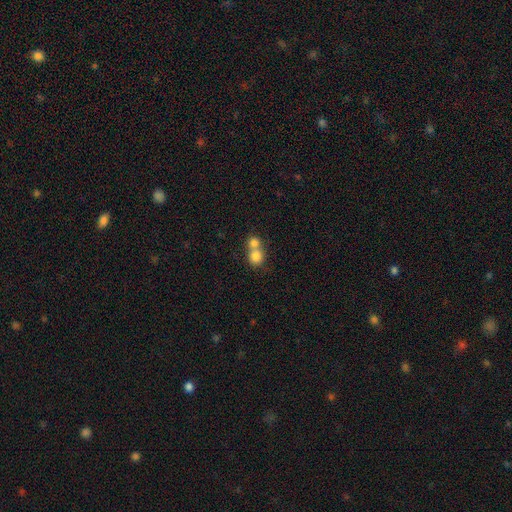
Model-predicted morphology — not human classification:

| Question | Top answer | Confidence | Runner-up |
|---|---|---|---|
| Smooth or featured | smooth | 81% | featured or disk (10%) |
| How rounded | round | 85% | in between (14%) |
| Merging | merger | 59% | none (34%) |